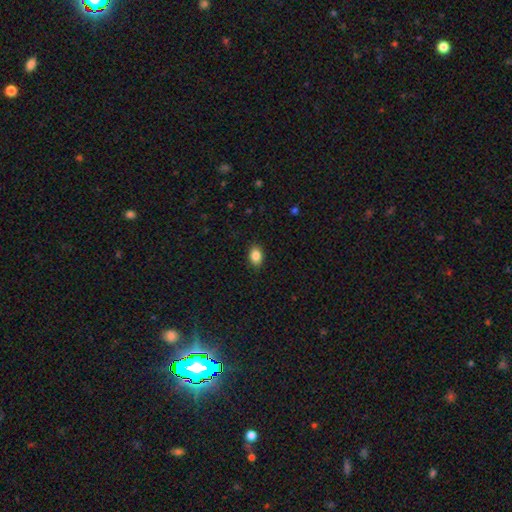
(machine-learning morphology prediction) Smooth or featured? Predicted: smooth (p=0.86). How rounded? Predicted: in between (p=0.79). Merging? Predicted: none (p=0.88).